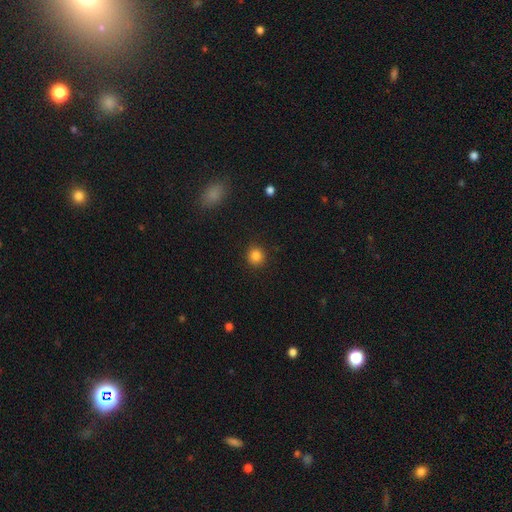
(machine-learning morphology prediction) Smooth or featured? Predicted: smooth (p=0.84). How rounded? Predicted: round (p=0.90). Merging? Predicted: none (p=0.90).